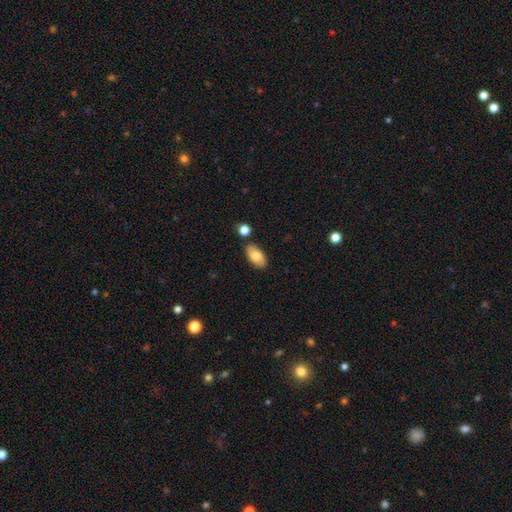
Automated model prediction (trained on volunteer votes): smooth 78%, featured or disk 15%, star or artifact 7%. Down the decision tree: how rounded — in between (93%); merging — none (82%).